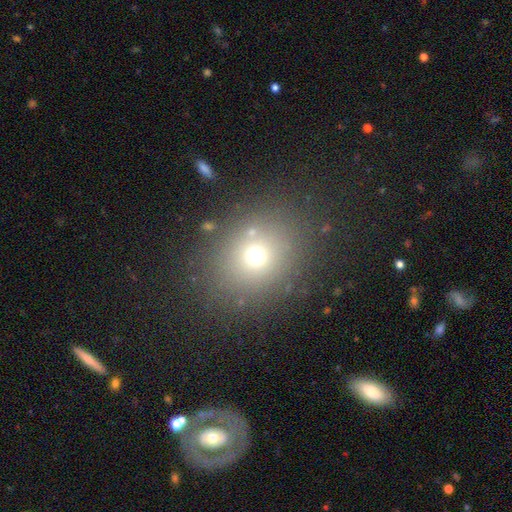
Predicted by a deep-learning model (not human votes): Q: Smooth or featured?
A: smooth (67%); runner-up: star or artifact (21%)
Q: How rounded?
A: round (72%); runner-up: in between (27%)
Q: Merging?
A: none (82%); runner-up: minor disturbance (9%)